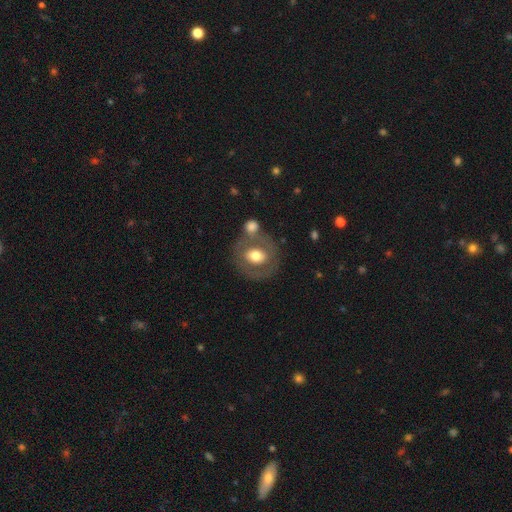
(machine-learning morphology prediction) Smooth or featured? Predicted: smooth (p=0.52). How rounded? Predicted: round (p=0.70). Merging? Predicted: none (p=0.60).